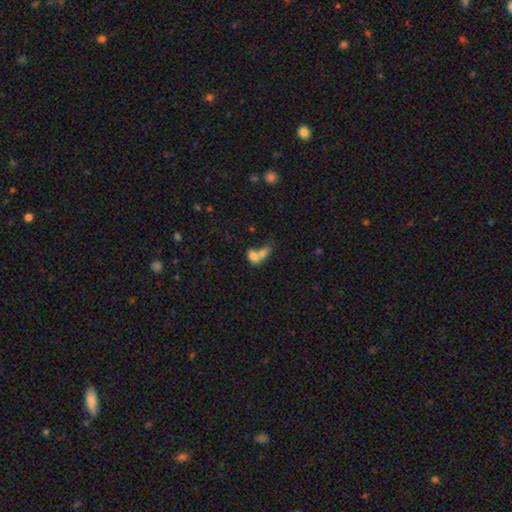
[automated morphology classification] The model was most divided on "smooth or featured": smooth: 73%, featured or disk: 17%, star or artifact: 10%. More confident: how rounded — in between (79%); merging — merger (72%).